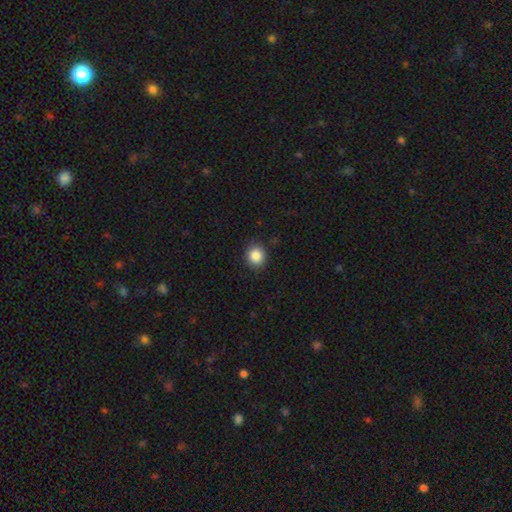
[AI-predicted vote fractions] smooth 86%, star or artifact 10%, featured or disk 4%. Down the decision tree: how rounded — round (88%); merging — none (90%).